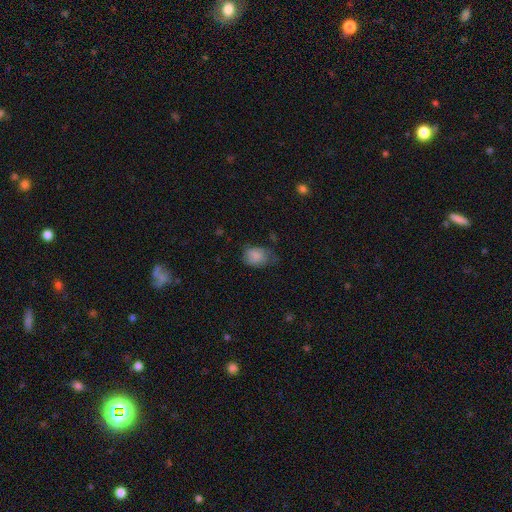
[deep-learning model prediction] This appears to be a smooth galaxy with no disk features (83%) that is in between round and cigar-shaped (64%). Merging: none (46%).